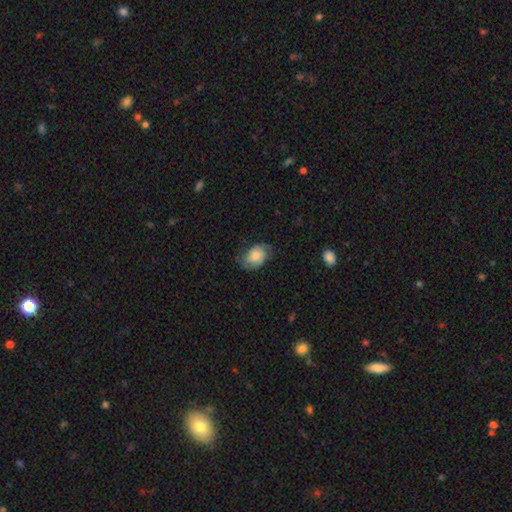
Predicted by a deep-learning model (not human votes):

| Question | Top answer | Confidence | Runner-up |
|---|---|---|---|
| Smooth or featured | smooth | 62% | featured or disk (30%) |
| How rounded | in between | 81% | round (18%) |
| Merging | none | 64% | minor disturbance (26%) |